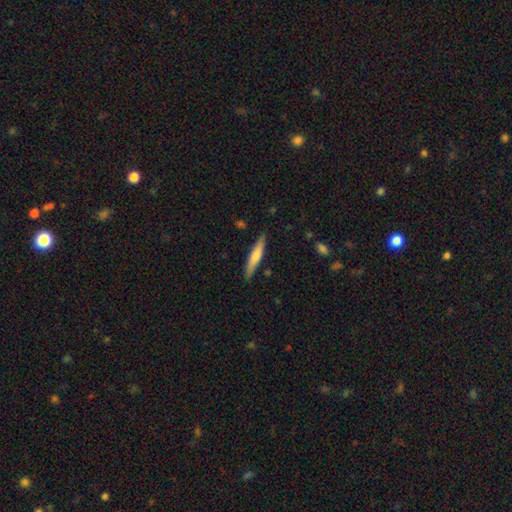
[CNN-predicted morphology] A smooth galaxy with no disk features (56%) that is cigar-shaped (90%). Merging: none (87%).